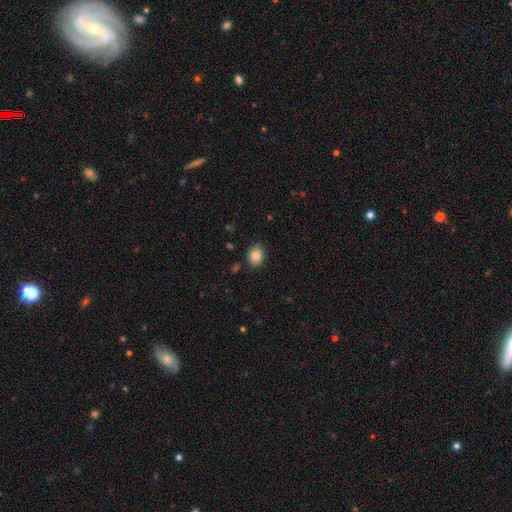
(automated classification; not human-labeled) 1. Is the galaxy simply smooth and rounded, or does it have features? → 85% smooth, 9% star or artifact, 7% featured or disk.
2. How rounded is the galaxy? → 57% in between, 42% round, 1% cigar-shaped.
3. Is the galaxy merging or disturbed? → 82% none, 14% minor disturbance, 3% major disturbance, 2% merger.